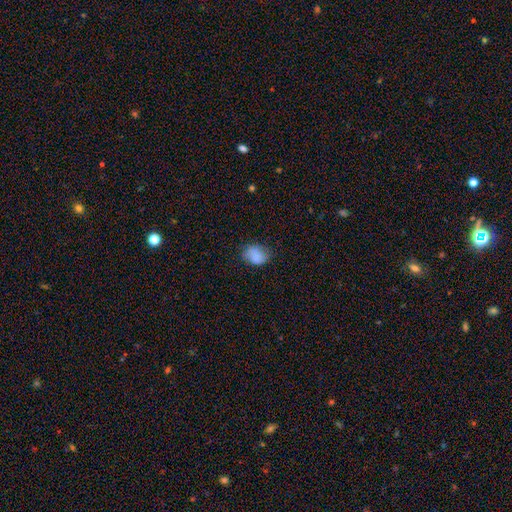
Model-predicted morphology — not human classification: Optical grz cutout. It shows a smooth galaxy with no disk features (83%) that is in between round and cigar-shaped (62%). Merging: none (66%).